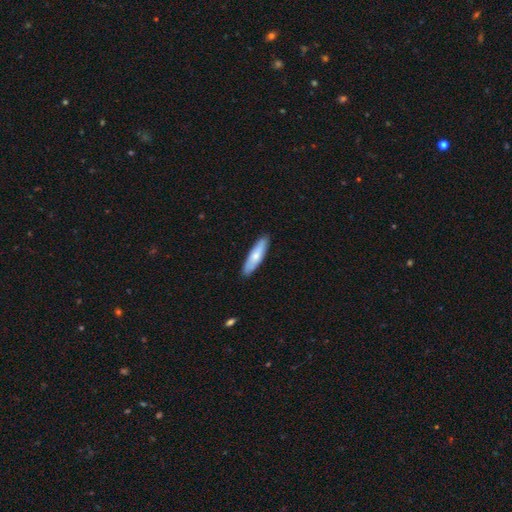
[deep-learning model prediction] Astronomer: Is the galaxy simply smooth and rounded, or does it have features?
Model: smooth — 69%.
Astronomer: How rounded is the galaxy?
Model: cigar-shaped — 75%.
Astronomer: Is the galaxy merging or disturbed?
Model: none — 89%.